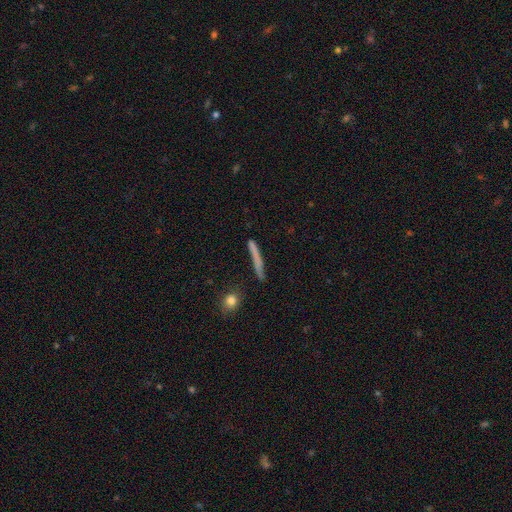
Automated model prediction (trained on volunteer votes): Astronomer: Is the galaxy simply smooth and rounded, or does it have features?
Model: smooth — 62%.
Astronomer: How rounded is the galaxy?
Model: cigar-shaped — 95%.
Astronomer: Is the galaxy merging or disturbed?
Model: none — 81%.